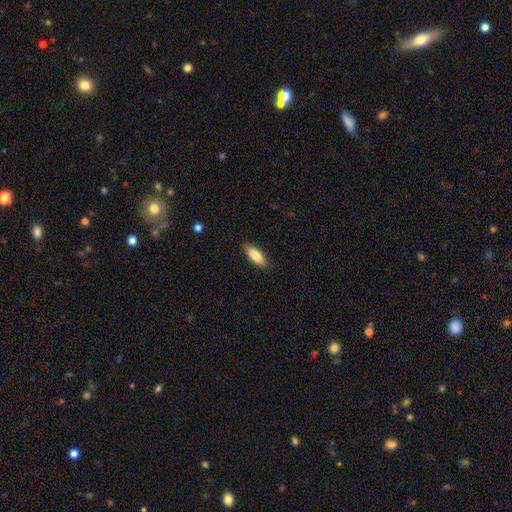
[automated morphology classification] Smooth or featured: smooth — 84% (featured or disk — 10%)
How rounded: in between — 74% (cigar-shaped — 24%)
Merging: none — 87% (minor disturbance — 10%)